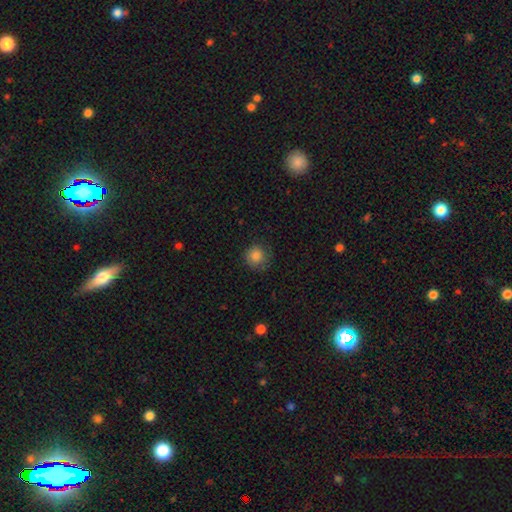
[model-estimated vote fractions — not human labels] This is clearly a smooth galaxy (85%). How rounded: clearly round (93%). Merging: clearly none (81%).